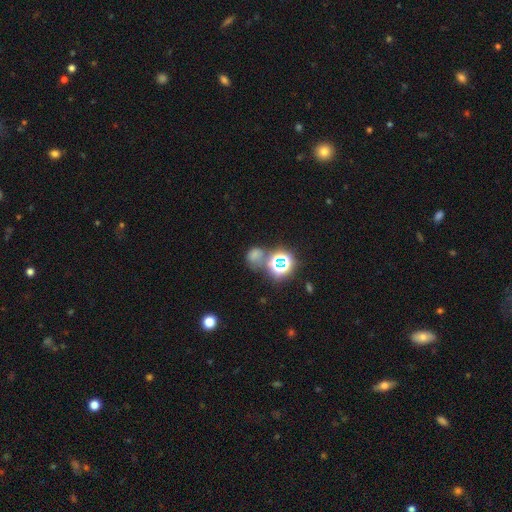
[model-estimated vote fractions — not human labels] smooth-or-featured: smooth: 52% | star or artifact: 38% | featured or disk: 11%
  how-rounded: round: 61% | in between: 38% | cigar-shaped: 1%
  merging: none: 47% | merger: 24% | minor disturbance: 17% | major disturbance: 13%